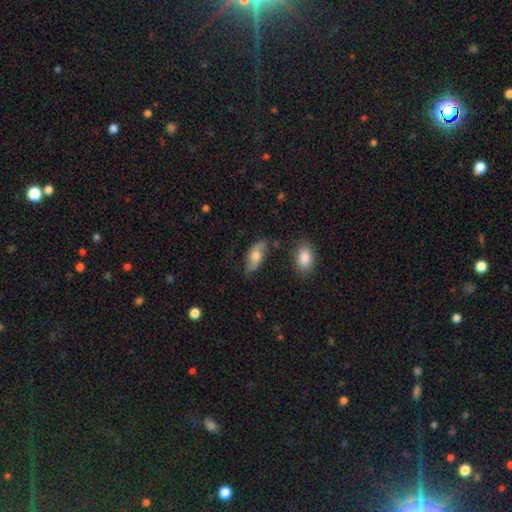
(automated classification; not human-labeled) A smooth galaxy with no disk features (58%) that is in between round and cigar-shaped (84%).

Vote fractions:
- Smooth or featured? smooth: 58% / featured or disk: 35% / star or artifact: 7%
- How rounded? in between: 84% / cigar-shaped: 12% / round: 4%
- Merging? none: 73% / minor disturbance: 19% / major disturbance: 5% / merger: 3%